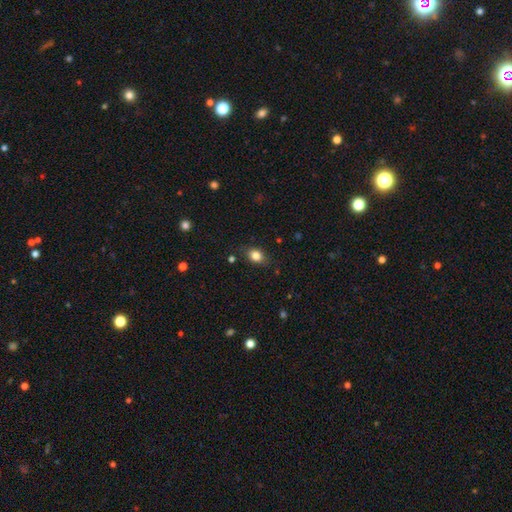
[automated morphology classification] Smooth or featured: smooth — 83% (star or artifact — 10%)
How rounded: in between — 68% (round — 30%)
Merging: none — 82% (minor disturbance — 14%)